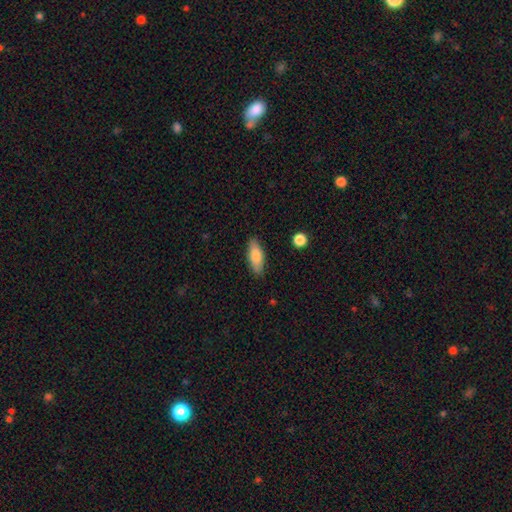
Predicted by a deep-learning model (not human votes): smooth 80%, featured or disk 14%, star or artifact 6%. Down the decision tree: how rounded — in between (70%); merging — none (86%).